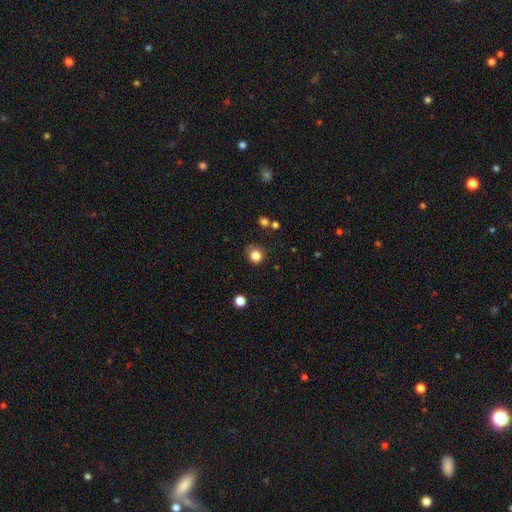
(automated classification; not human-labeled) This appears to be a smooth galaxy with no disk features (83%) that is round (84%). Merging: none (75%).